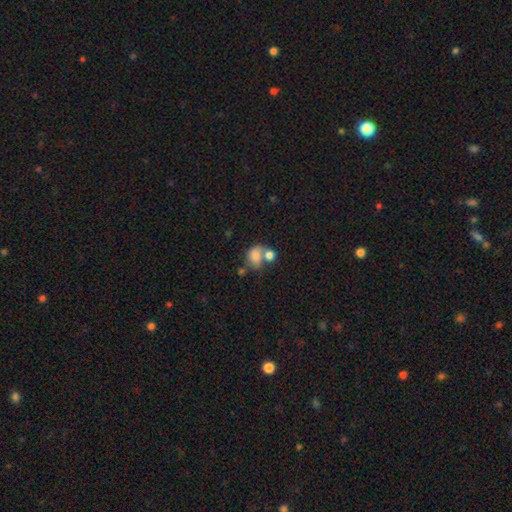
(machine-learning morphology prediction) Smooth or featured? Predicted: smooth (p=0.77). How rounded? Predicted: in between (p=0.58). Merging? Predicted: merger (p=0.49).